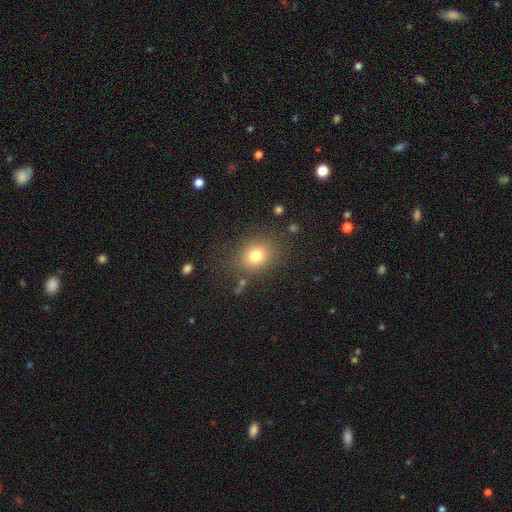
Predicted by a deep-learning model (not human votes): Overall: smooth (76%). How rounded: round (59%; in between 40%). Merging: none (79%).